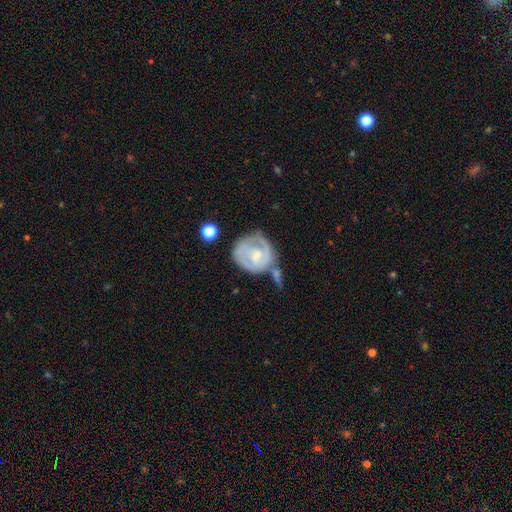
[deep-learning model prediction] Smooth or featured? featured or disk (67%)
Edge-on disk? no (97%)
Bar? no (53%)
Spiral arms? yes (76%)
Bulge size? small (50%)
Merging? none (39%)